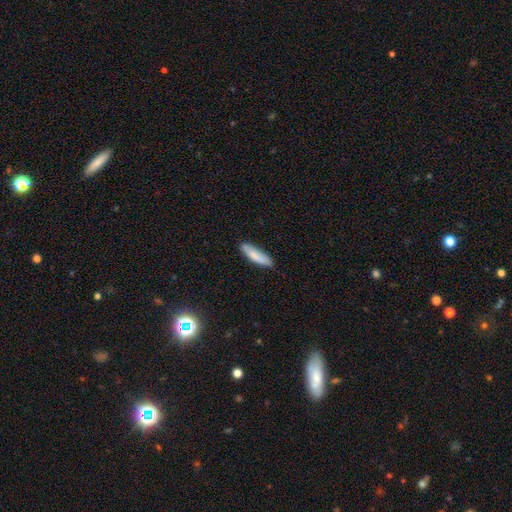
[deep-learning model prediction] Smooth or featured: smooth — 80% (featured or disk — 14%)
How rounded: cigar-shaped — 66% (in between — 33%)
Merging: none — 78% (minor disturbance — 17%)